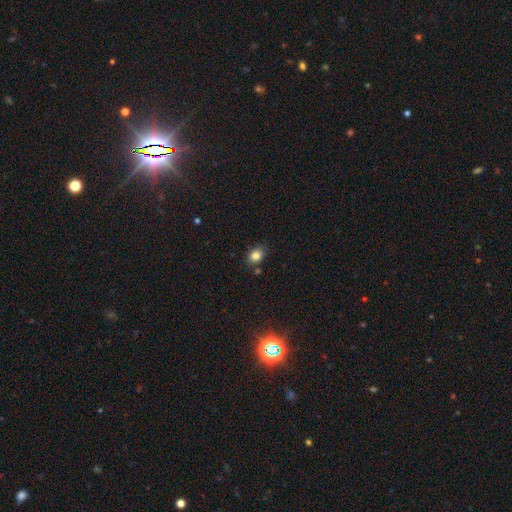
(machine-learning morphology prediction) Q: Smooth or featured?
A: smooth (83%); runner-up: star or artifact (10%)
Q: How rounded?
A: in between (59%); runner-up: round (40%)
Q: Merging?
A: none (76%); runner-up: minor disturbance (15%)